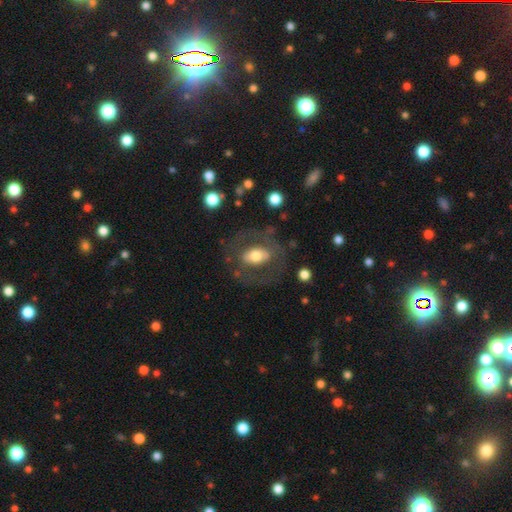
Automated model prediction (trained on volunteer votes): A featured or disk galaxy (50%). Merging: none (66%).